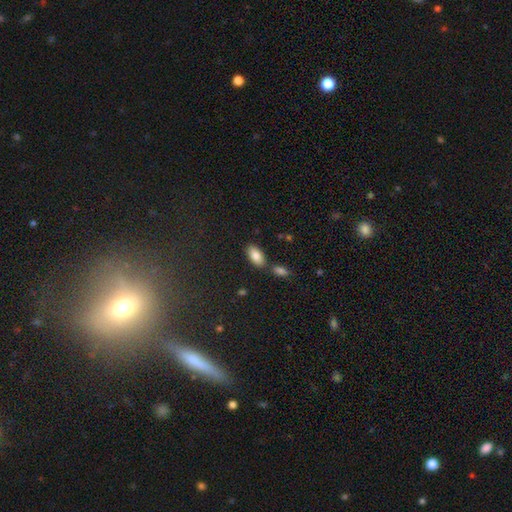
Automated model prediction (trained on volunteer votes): Q: Smooth or featured?
A: smooth (84%); runner-up: featured or disk (9%)
Q: How rounded?
A: in between (92%); runner-up: cigar-shaped (5%)
Q: Merging?
A: none (74%); runner-up: merger (13%)